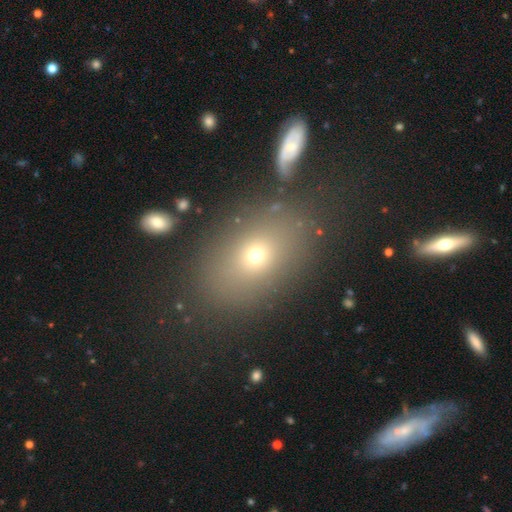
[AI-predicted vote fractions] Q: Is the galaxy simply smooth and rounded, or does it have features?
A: smooth — 65%.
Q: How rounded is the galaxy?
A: in between — 64%.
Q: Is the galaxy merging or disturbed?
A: none — 76%.